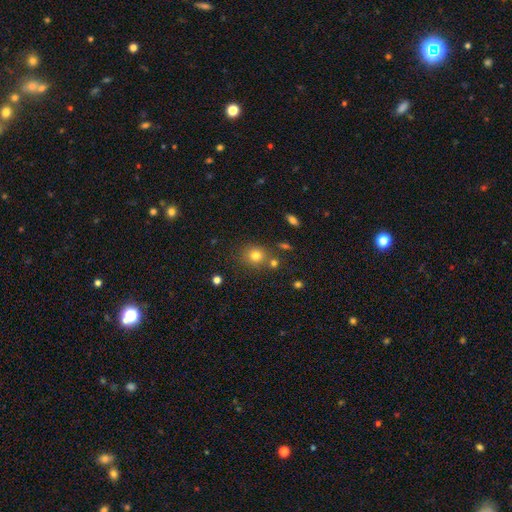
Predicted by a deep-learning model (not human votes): Smooth or featured? smooth (78%)
How rounded? round (77%)
Merging? none (72%)